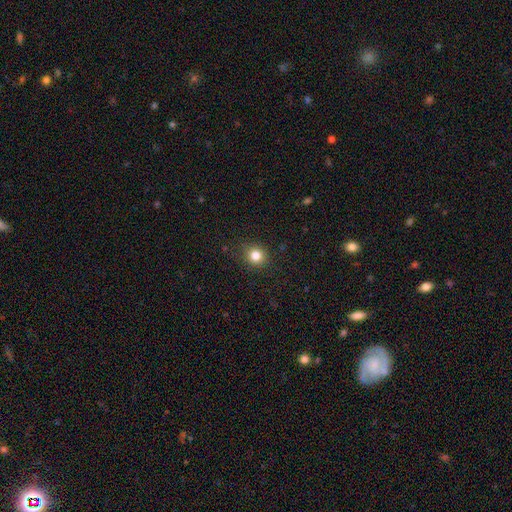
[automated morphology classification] Smooth or featured?
  - smooth: 83% *
  - star or artifact: 12%
  - featured or disk: 5%
How rounded?
  - round: 84% *
  - in between: 15%
  - cigar-shaped: 1%
Merging?
  - none: 88% *
  - minor disturbance: 9%
  - major disturbance: 3%
  - merger: 1%